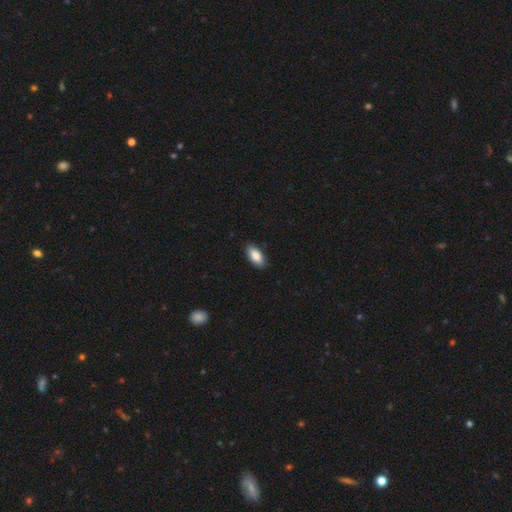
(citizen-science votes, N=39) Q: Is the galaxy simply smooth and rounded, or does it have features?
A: smooth — 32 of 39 (82%).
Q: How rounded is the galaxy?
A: in between — 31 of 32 (97%).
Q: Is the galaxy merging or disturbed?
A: none — 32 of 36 (89%).